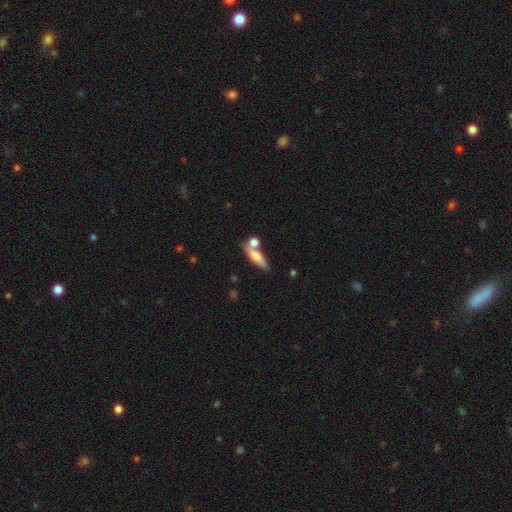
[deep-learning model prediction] Smooth or featured: smooth — 69% (featured or disk — 23%)
How rounded: cigar-shaped — 51% (in between — 44%)
Merging: none — 56% (merger — 24%)